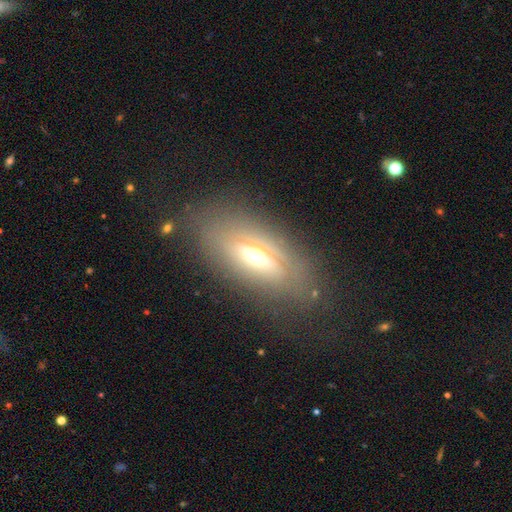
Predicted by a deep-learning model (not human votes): Overall: featured or disk (60%; smooth 30%). Edge-on disk: no (51%; yes 49%). Merging: none (73%).